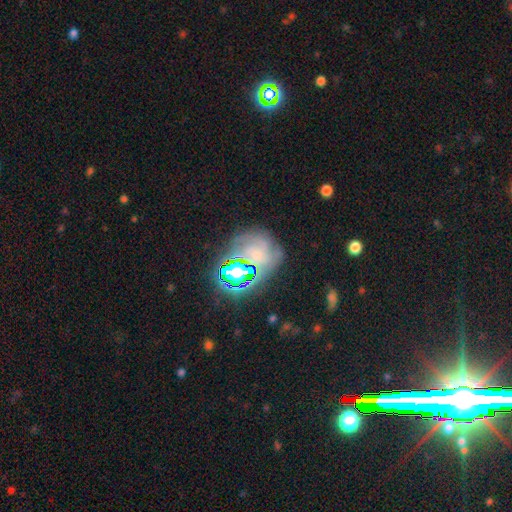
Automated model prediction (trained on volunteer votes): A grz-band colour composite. It shows a featured or disk galaxy (41%). Merging: none (56%).